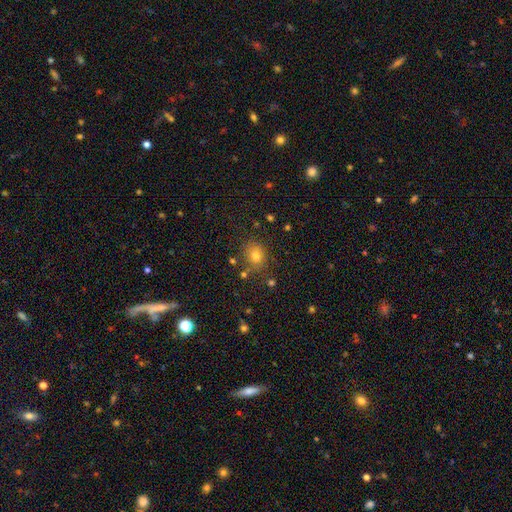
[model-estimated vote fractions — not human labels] Smooth or featured? Predicted: smooth (p=0.73). How rounded? Predicted: round (p=0.65). Merging? Predicted: none (p=0.80).